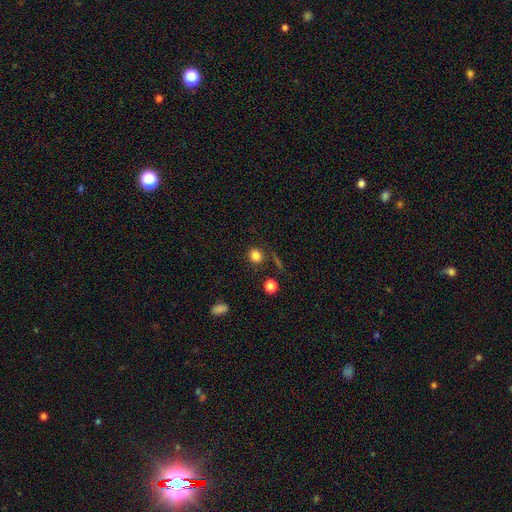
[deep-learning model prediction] The model was most divided on "how rounded": round: 83%, in between: 16%, cigar-shaped: 1%. More confident: smooth or featured — smooth (83%); merging — none (82%).